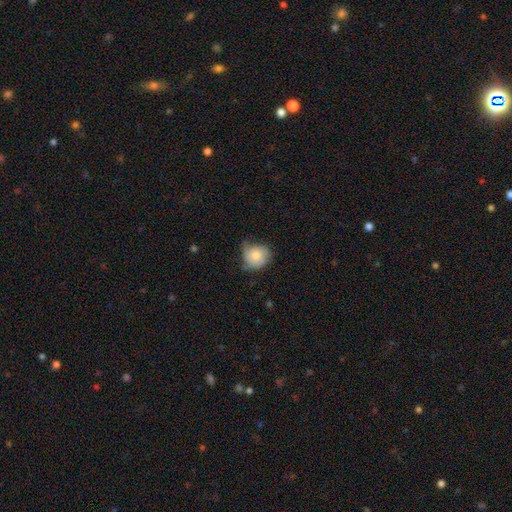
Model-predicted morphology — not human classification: A smooth galaxy with no disk features (74%) that is round (79%). Merging: none (45%).